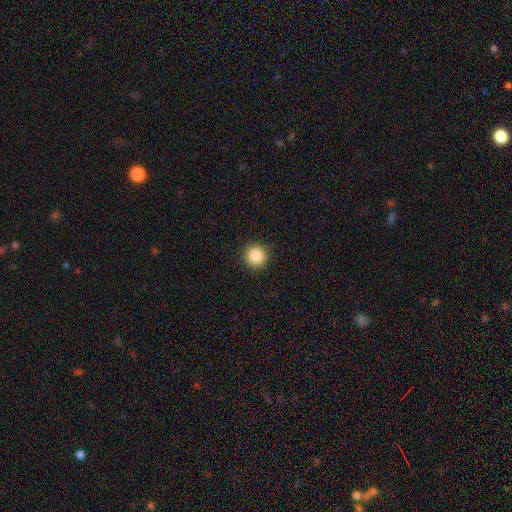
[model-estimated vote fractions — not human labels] Smooth or featured? smooth (86%)
How rounded? round (95%)
Merging? none (93%)